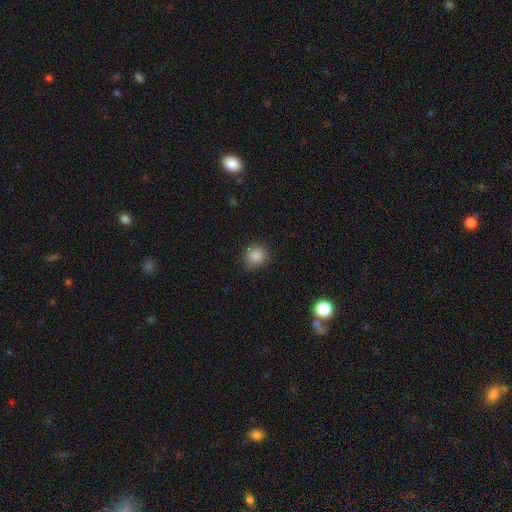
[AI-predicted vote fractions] Smooth or featured? Predicted: smooth (p=0.86). How rounded? Predicted: round (p=0.78). Merging? Predicted: none (p=0.83).